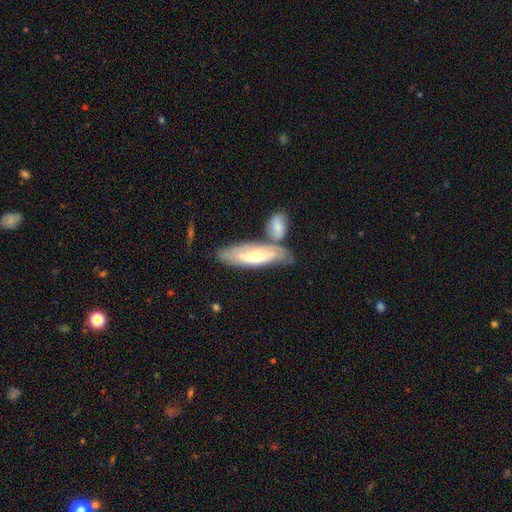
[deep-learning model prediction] featured or disk 50%, smooth 45%, star or artifact 5%. Down the decision tree: merging — none (48%).